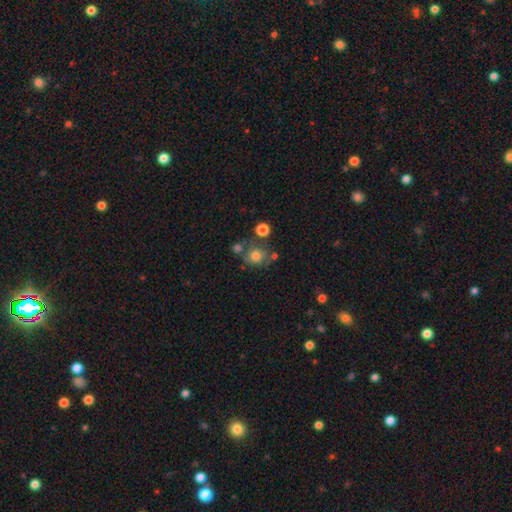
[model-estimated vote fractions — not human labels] smooth 72%, featured or disk 15%, star or artifact 13%. Down the decision tree: how rounded — round (81%); merging — none (59%).